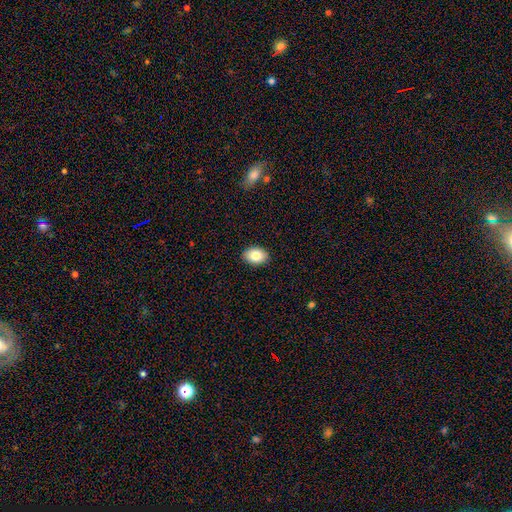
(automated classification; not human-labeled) Smooth or featured?
  - smooth: 84% *
  - featured or disk: 8%
  - star or artifact: 8%
How rounded?
  - in between: 80% *
  - round: 19%
  - cigar-shaped: 1%
Merging?
  - none: 90% *
  - minor disturbance: 7%
  - major disturbance: 2%
  - merger: 1%